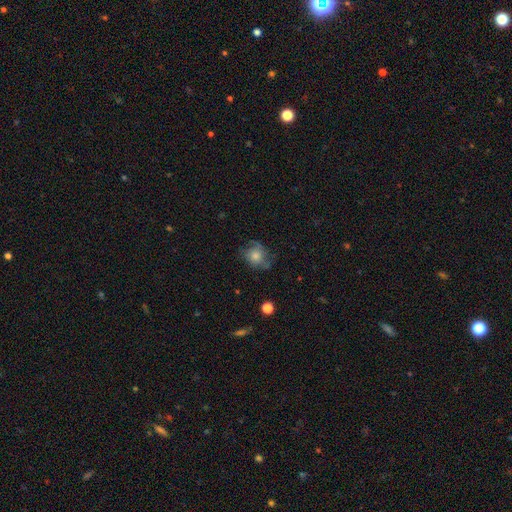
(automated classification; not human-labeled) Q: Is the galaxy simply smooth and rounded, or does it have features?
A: smooth — 56%.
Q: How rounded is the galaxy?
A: round — 66%.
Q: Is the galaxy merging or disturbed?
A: none — 56%.